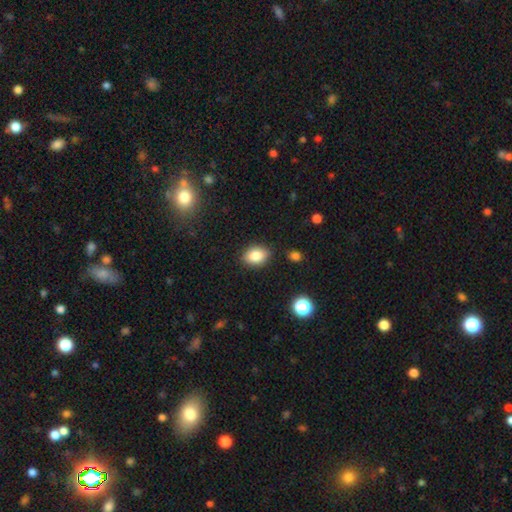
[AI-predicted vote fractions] smooth_or_featured: smooth (p=0.84) [alt: star or artifact p=0.09]
how_rounded: in between (p=0.78) [alt: round p=0.21]
merging: none (p=0.85) [alt: minor disturbance p=0.11]